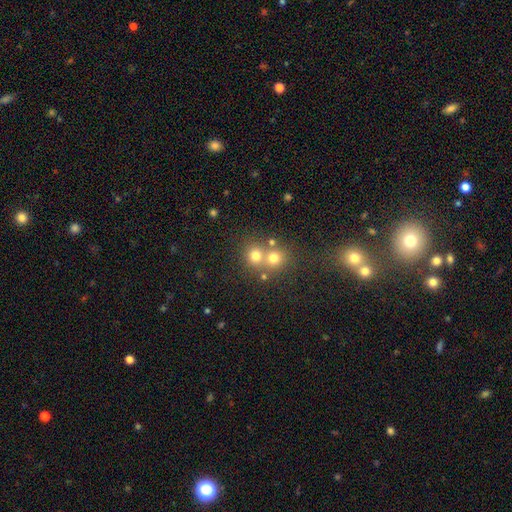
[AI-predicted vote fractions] Smooth or featured? Predicted: smooth (p=0.72). How rounded? Predicted: round (p=0.84). Merging? Predicted: none (p=0.46).